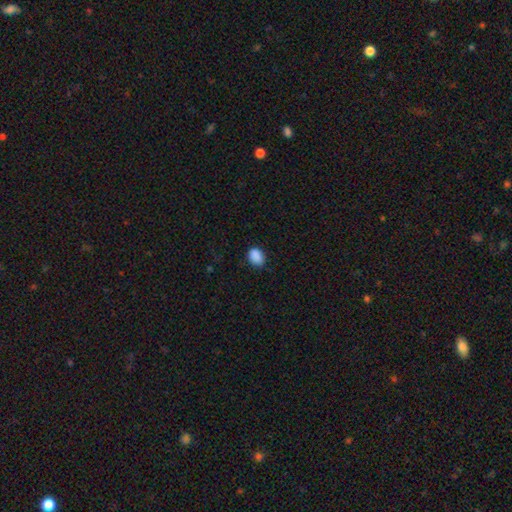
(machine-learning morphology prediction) Smooth or featured? Predicted: smooth (p=0.89). How rounded? Predicted: in between (p=0.73). Merging? Predicted: none (p=0.80).